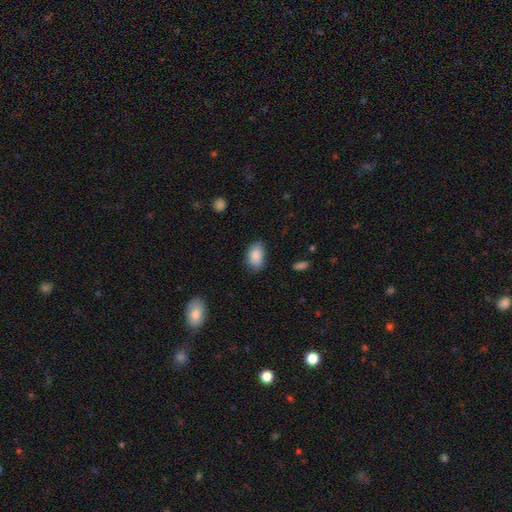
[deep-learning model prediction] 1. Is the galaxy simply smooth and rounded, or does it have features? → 88% smooth, 7% star or artifact, 5% featured or disk.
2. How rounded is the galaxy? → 91% in between, 7% round, 1% cigar-shaped.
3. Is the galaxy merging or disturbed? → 74% none, 20% minor disturbance, 4% major disturbance, 1% merger.